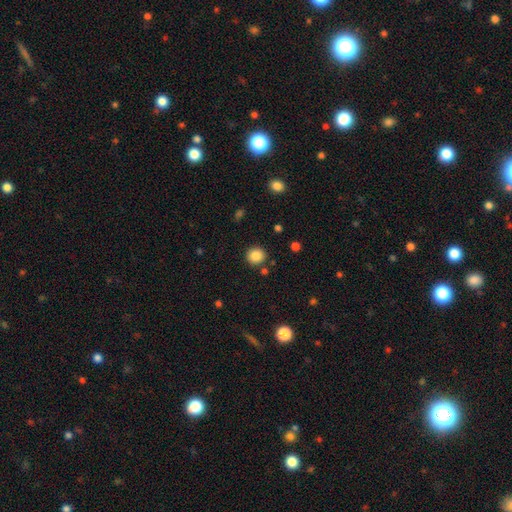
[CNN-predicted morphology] type=smooth (85%); roundness=round (90%); merging=none (87%).